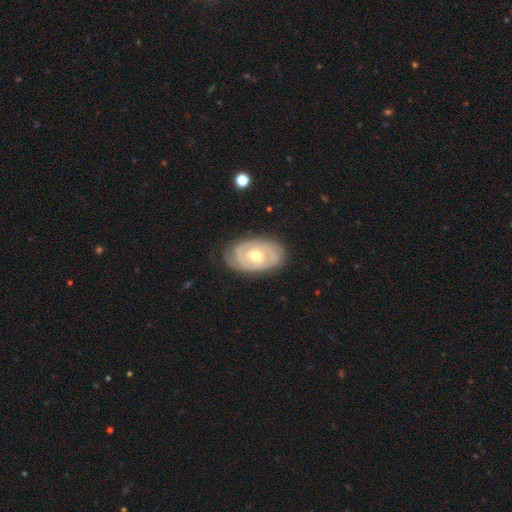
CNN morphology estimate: The model was most divided on "spiral arm count": 2: 51%, can't tell: 26%, 3: 12%, 1: 4%, 4: 3%, more than 4: 3%. More confident: edge-on disk — no (95%); spiral arms — yes (89%); smooth or featured — featured or disk (83%); merging — none (80%); spiral winding — tight (76%); bulge size — moderate (69%); bar — no (64%).